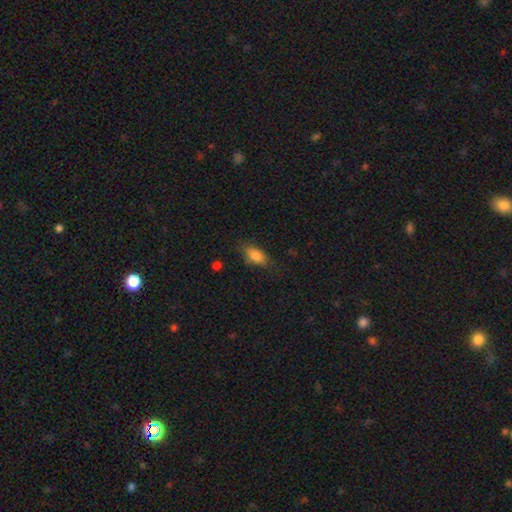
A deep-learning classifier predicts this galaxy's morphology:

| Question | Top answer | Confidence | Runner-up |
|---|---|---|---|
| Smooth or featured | smooth | 81% | featured or disk (10%) |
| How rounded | in between | 85% | cigar-shaped (10%) |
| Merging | none | 74% | minor disturbance (19%) |